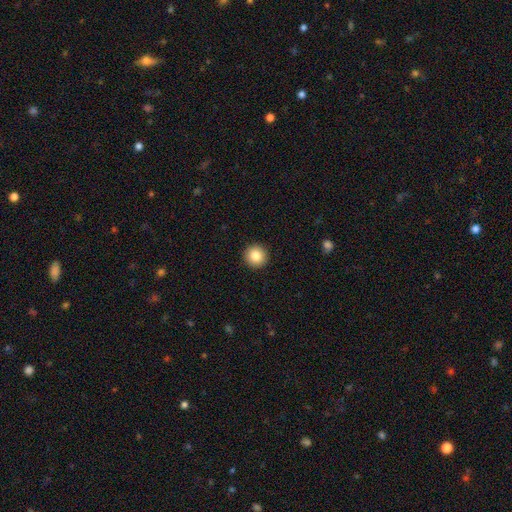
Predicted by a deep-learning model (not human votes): Smooth or featured: smooth — 85% (star or artifact — 9%)
How rounded: round — 95% (in between — 4%)
Merging: none — 94% (minor disturbance — 4%)